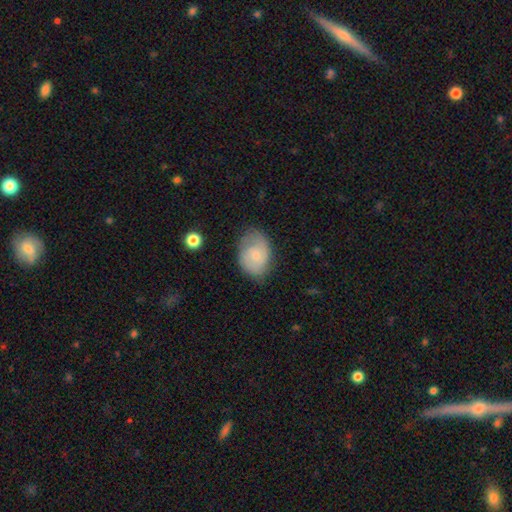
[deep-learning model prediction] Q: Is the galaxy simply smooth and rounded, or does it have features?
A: featured or disk — 48%.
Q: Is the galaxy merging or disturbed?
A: none — 64%.